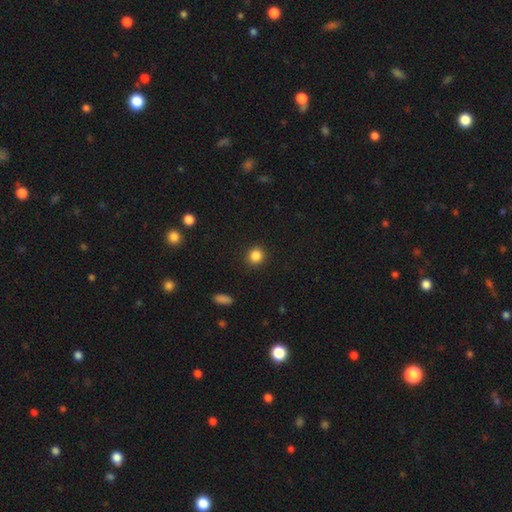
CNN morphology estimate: Smooth or featured?
  - smooth: 85% *
  - star or artifact: 11%
  - featured or disk: 4%
How rounded?
  - round: 85% *
  - in between: 14%
  - cigar-shaped: 1%
Merging?
  - none: 91% *
  - minor disturbance: 6%
  - major disturbance: 2%
  - merger: 1%